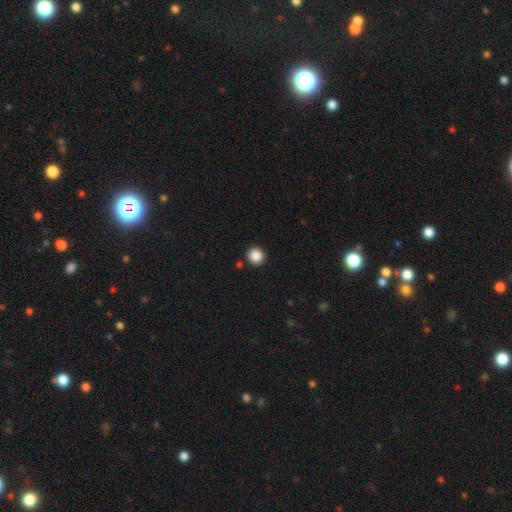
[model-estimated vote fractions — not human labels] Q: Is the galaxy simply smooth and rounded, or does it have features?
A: smooth — 87%.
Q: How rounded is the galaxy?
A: round — 92%.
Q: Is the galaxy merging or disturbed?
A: none — 91%.